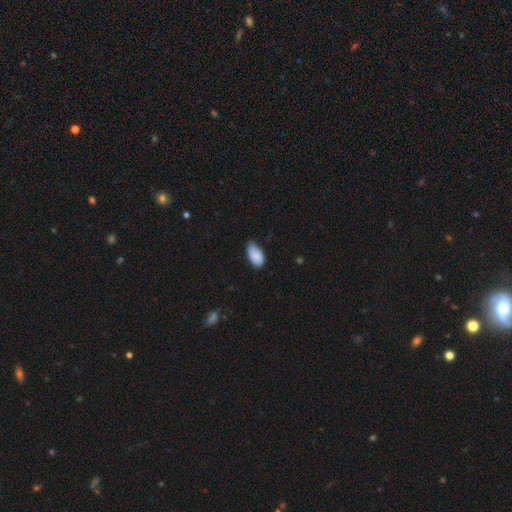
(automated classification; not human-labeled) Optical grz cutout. It shows a smooth galaxy with no disk features (86%) that is in between round and cigar-shaped (95%). Merging: none (63%).